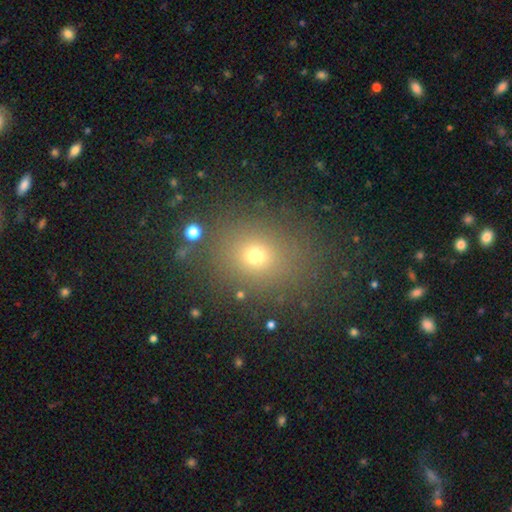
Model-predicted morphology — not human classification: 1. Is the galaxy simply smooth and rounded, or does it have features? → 68% smooth, 22% star or artifact, 10% featured or disk.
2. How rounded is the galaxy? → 67% round, 32% in between, 1% cigar-shaped.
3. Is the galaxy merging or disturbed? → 84% none, 9% minor disturbance, 4% major disturbance, 2% merger.